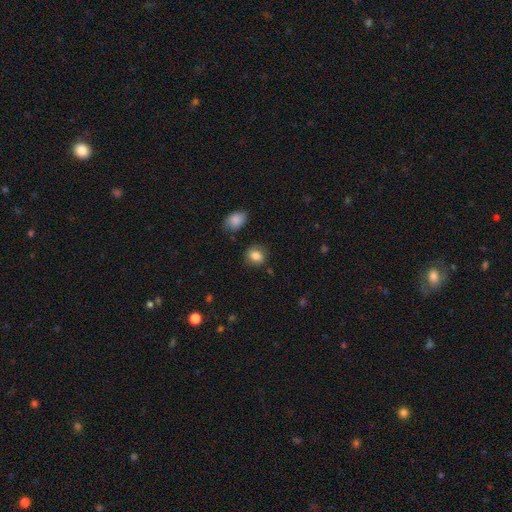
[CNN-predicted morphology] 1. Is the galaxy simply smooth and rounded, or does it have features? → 84% smooth, 9% star or artifact, 7% featured or disk.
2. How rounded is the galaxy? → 50% in between, 49% round, 1% cigar-shaped.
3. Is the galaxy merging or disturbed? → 77% none, 16% minor disturbance, 4% major disturbance, 3% merger.